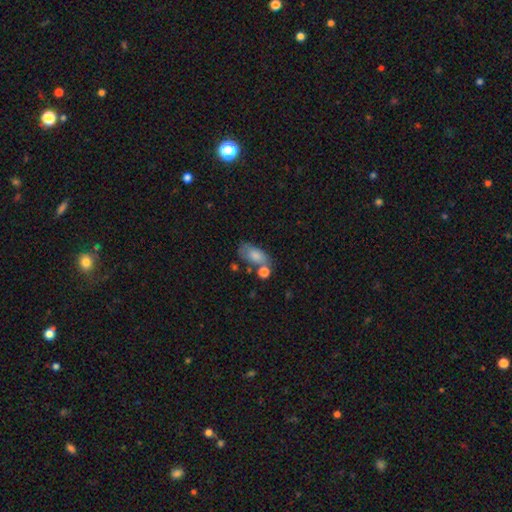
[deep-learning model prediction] Smooth or featured?
  - smooth: 77% *
  - featured or disk: 15%
  - star or artifact: 8%
How rounded?
  - in between: 90% *
  - round: 6%
  - cigar-shaped: 4%
Merging?
  - none: 47% *
  - minor disturbance: 22%
  - merger: 20%
  - major disturbance: 10%